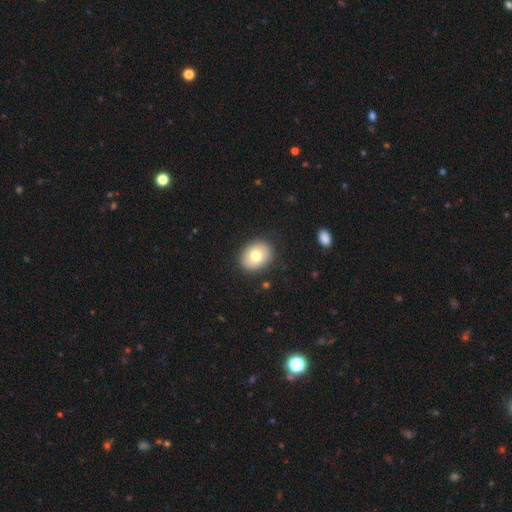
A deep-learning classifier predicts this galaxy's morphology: smooth 74%, featured or disk 19%, star or artifact 8%. Down the decision tree: how rounded — in between (54%); merging — none (88%).